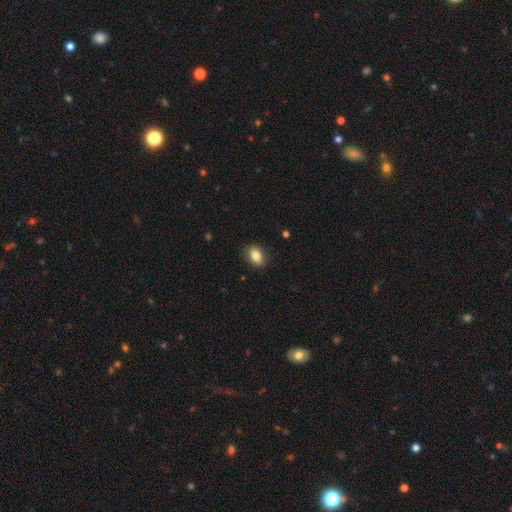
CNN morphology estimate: Smooth or featured?
  - smooth: 85% *
  - star or artifact: 8%
  - featured or disk: 7%
How rounded?
  - in between: 81% *
  - round: 17%
  - cigar-shaped: 2%
Merging?
  - none: 87% *
  - minor disturbance: 10%
  - major disturbance: 2%
  - merger: 1%